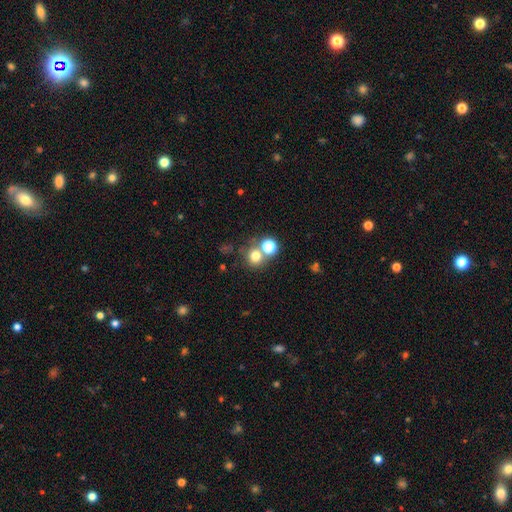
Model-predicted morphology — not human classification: Overall: smooth (71%). How rounded: round (86%). Merging: none (58%; merger 29%).